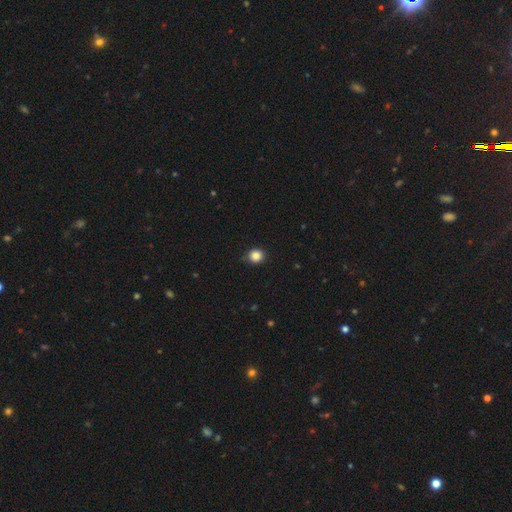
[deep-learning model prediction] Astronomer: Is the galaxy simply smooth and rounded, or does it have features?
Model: smooth — 85%.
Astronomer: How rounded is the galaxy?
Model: round — 88%.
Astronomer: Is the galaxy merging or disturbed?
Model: none — 88%.